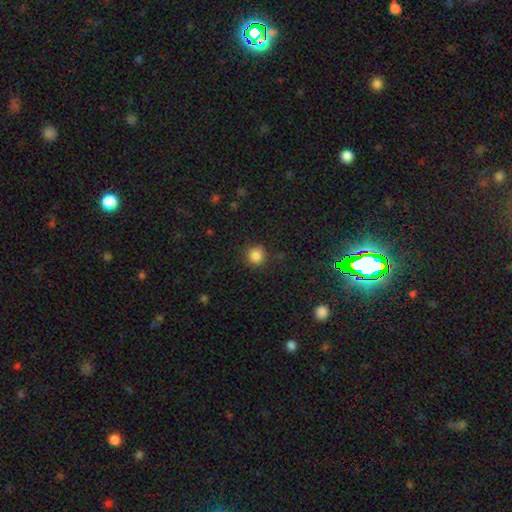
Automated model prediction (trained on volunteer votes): smooth 85%, star or artifact 11%, featured or disk 4%. Down the decision tree: how rounded — round (93%); merging — none (88%).